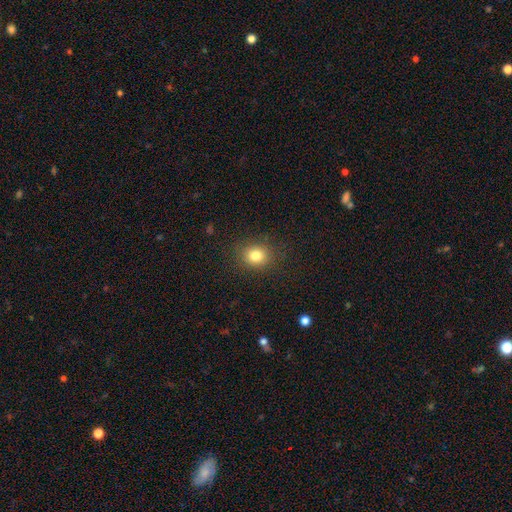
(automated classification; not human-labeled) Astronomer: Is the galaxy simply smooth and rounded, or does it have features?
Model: smooth — 81%.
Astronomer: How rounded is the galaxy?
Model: round — 67%.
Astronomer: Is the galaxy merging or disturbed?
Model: none — 87%.